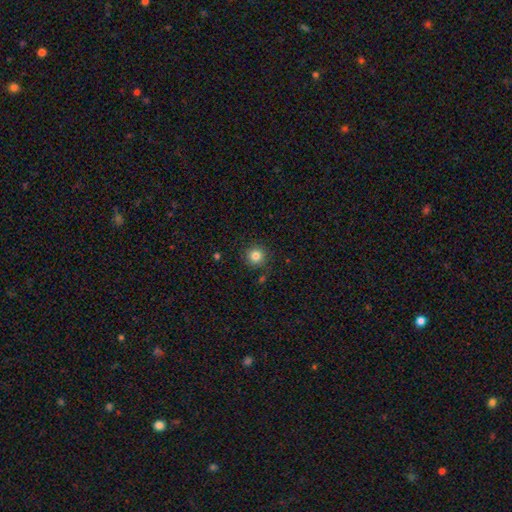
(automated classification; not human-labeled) Smooth or featured: smooth — 82% (star or artifact — 12%)
How rounded: round — 95% (in between — 4%)
Merging: none — 88% (minor disturbance — 8%)